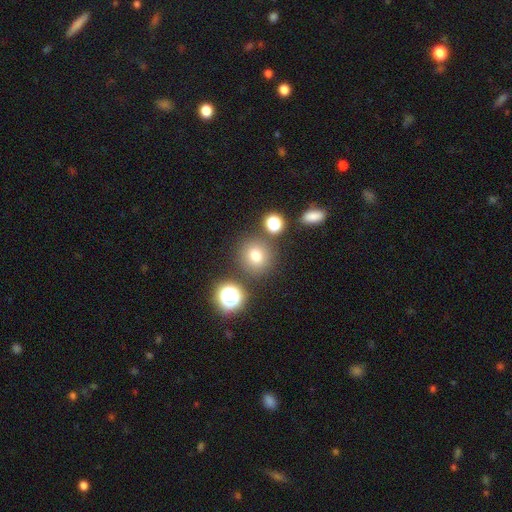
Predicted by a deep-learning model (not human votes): Overall: smooth (75%). How rounded: round (89%). Merging: none (81%).